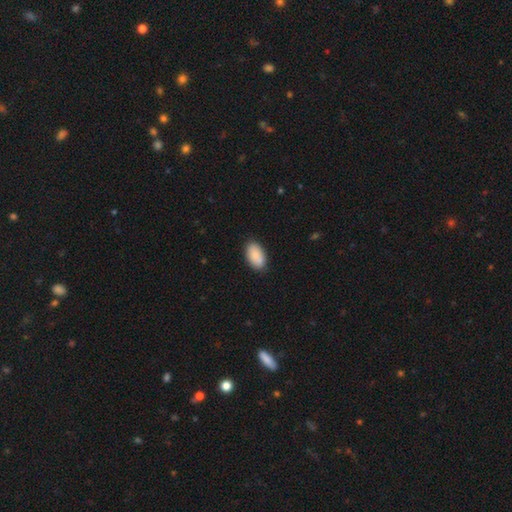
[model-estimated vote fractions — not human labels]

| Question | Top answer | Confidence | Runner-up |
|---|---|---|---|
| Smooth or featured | smooth | 87% | featured or disk (7%) |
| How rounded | in between | 94% | round (4%) |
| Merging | none | 84% | minor disturbance (12%) |